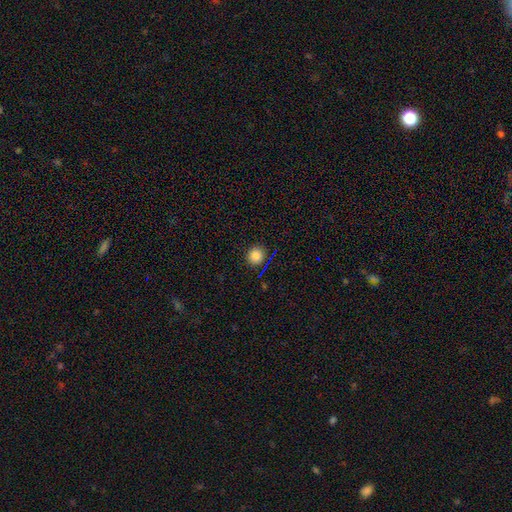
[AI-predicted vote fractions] The model was most divided on "smooth or featured": smooth: 82%, star or artifact: 13%, featured or disk: 4%. More confident: how rounded — round (93%); merging — none (90%).